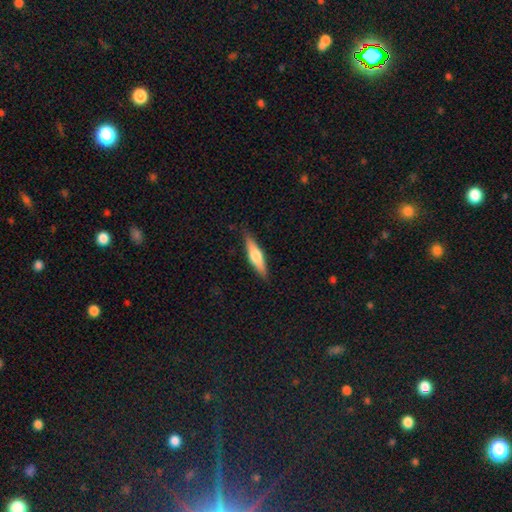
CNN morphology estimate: A featured or disk galaxy (48%).

Vote fractions:
- Smooth or featured? featured or disk: 48% / smooth: 46% / star or artifact: 6%
- Merging? none: 87% / minor disturbance: 10% / major disturbance: 2% / merger: 1%